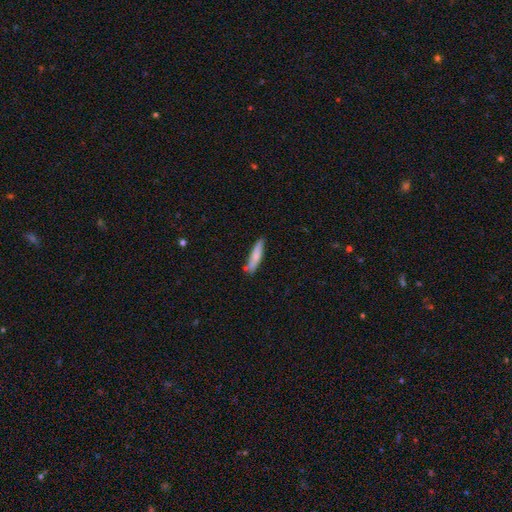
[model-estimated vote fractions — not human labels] This is likely a smooth galaxy (73%). How rounded: clearly cigar-shaped (84%). Merging: likely none (74%).